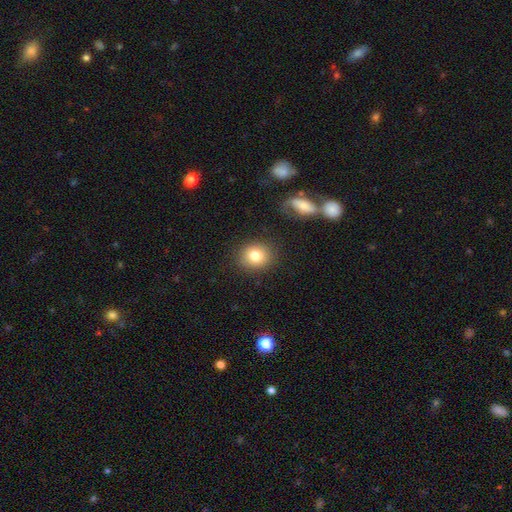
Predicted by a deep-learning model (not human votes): Smooth or featured?
  - smooth: 81% *
  - star or artifact: 10%
  - featured or disk: 10%
How rounded?
  - round: 76% *
  - in between: 23%
  - cigar-shaped: 1%
Merging?
  - none: 86% *
  - minor disturbance: 9%
  - major disturbance: 3%
  - merger: 3%